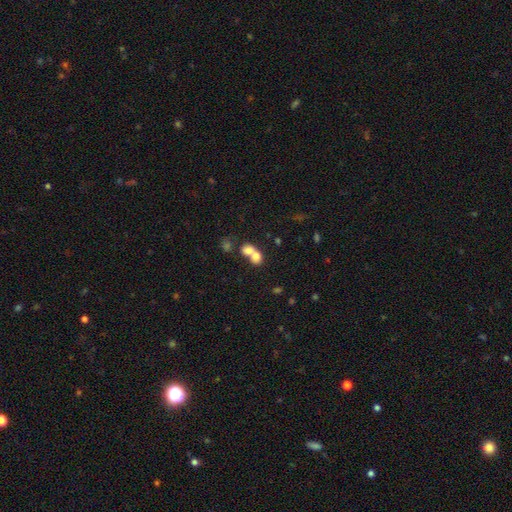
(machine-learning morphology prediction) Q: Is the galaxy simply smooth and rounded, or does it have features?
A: smooth — 74%.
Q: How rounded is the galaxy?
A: round — 55%.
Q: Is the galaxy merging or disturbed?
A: merger — 71%.